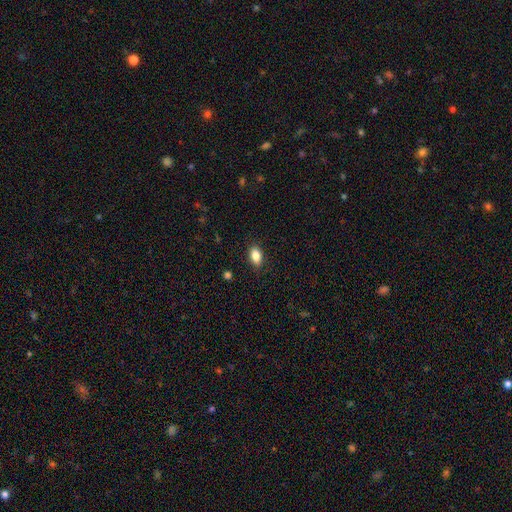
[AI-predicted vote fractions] This appears to be a smooth galaxy with no disk features (86%) that is in between round and cigar-shaped (88%). Merging: none (87%).